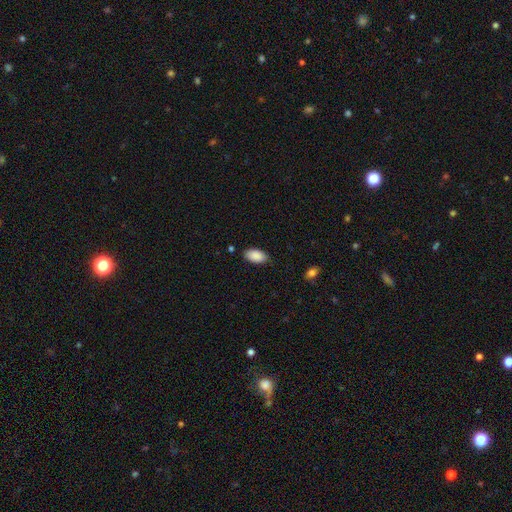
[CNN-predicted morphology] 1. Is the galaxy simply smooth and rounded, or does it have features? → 89% smooth, 7% star or artifact, 4% featured or disk.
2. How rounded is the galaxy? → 94% in between, 3% round, 2% cigar-shaped.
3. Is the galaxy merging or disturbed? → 83% none, 13% minor disturbance, 3% major disturbance, 2% merger.